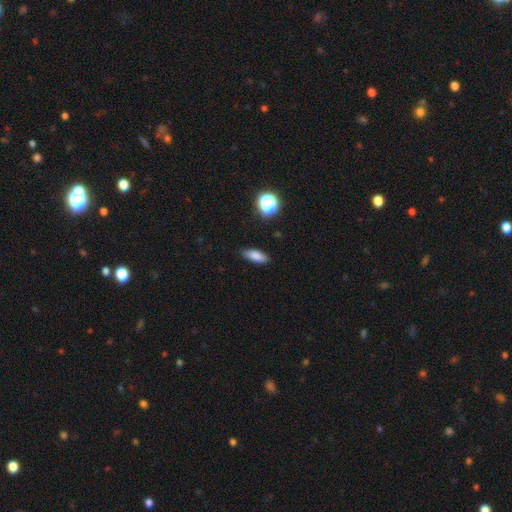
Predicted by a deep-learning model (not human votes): Q: Smooth or featured?
A: smooth (82%); runner-up: star or artifact (9%)
Q: How rounded?
A: in between (70%); runner-up: cigar-shaped (26%)
Q: Merging?
A: none (86%); runner-up: minor disturbance (10%)